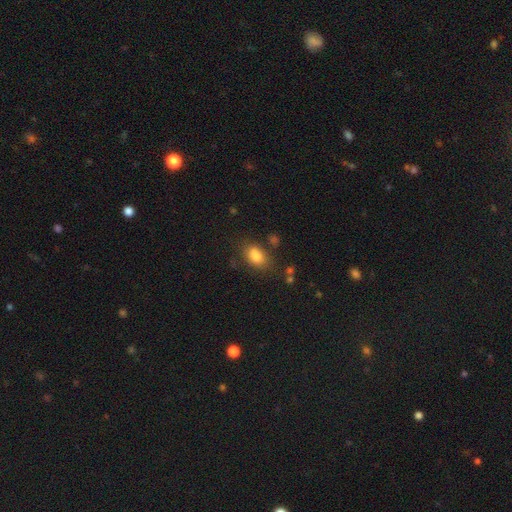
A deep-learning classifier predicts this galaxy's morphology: type=smooth (82%); roundness=in between (85%); merging=none (67%).